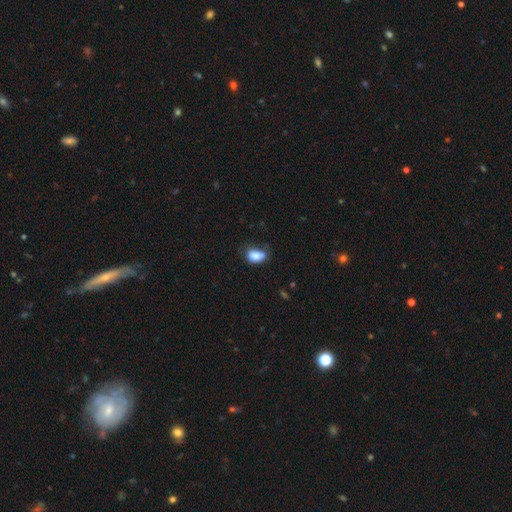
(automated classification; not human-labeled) A smooth galaxy with no disk features (83%) that is in between round and cigar-shaped (87%). Merging: none (51%).